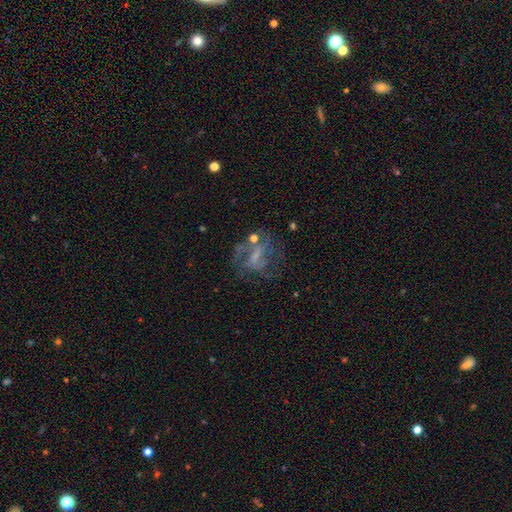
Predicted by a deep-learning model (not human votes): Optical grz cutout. It shows a featured or disk galaxy (68%) with a weak bar (44%), spiral arms (71%) and no central bulge (47%). Merging: none (47%).